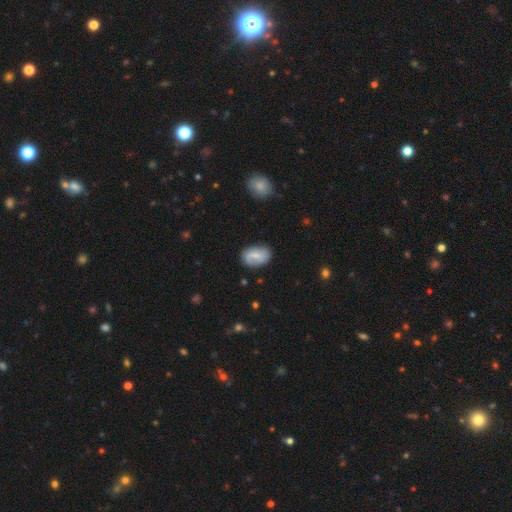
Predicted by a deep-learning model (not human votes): Smooth or featured? Predicted: smooth (p=0.56). How rounded? Predicted: in between (p=0.87). Merging? Predicted: none (p=0.77).